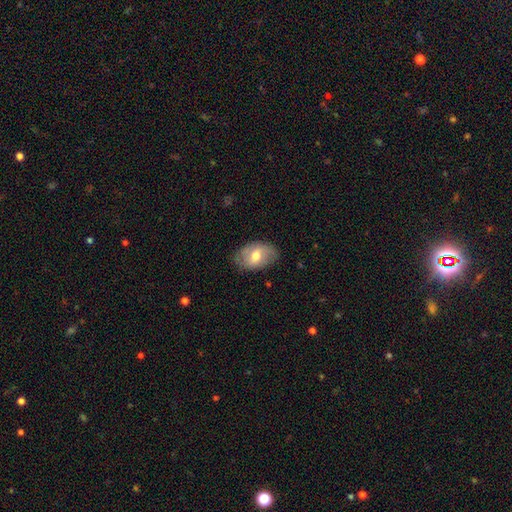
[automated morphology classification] Smooth or featured? smooth (54%)
How rounded? in between (85%)
Merging? none (77%)